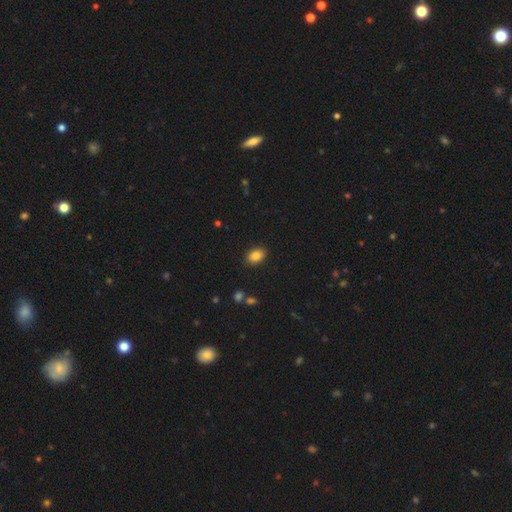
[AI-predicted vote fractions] Smooth or featured?
  - smooth: 86% *
  - star or artifact: 9%
  - featured or disk: 5%
How rounded?
  - in between: 83% *
  - round: 16%
  - cigar-shaped: 1%
Merging?
  - none: 88% *
  - minor disturbance: 8%
  - major disturbance: 2%
  - merger: 1%